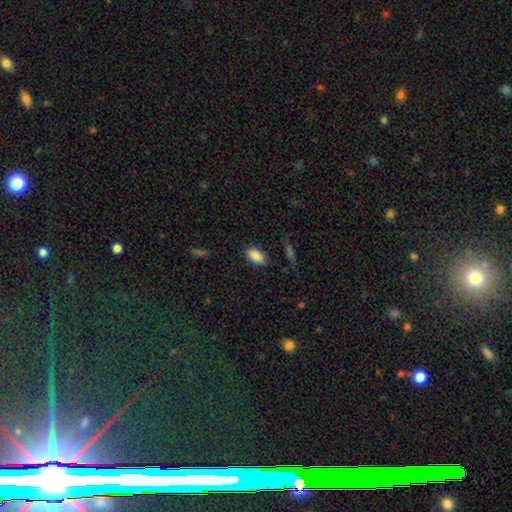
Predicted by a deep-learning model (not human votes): This is clearly a smooth galaxy (87%). How rounded: clearly in between (92%). Merging: clearly none (84%).